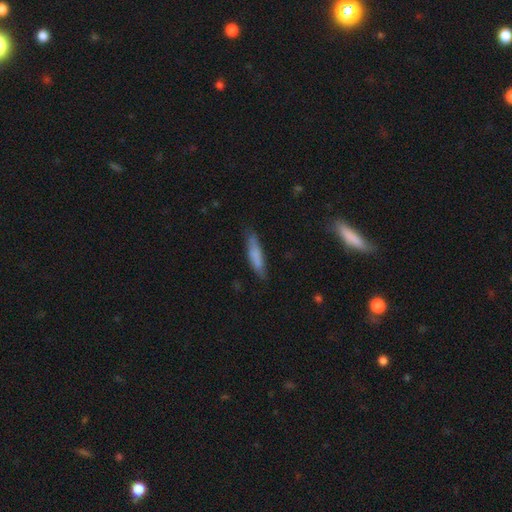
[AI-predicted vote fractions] smooth 76%, featured or disk 17%, star or artifact 6%. Down the decision tree: how rounded — cigar-shaped (79%); merging — none (75%).